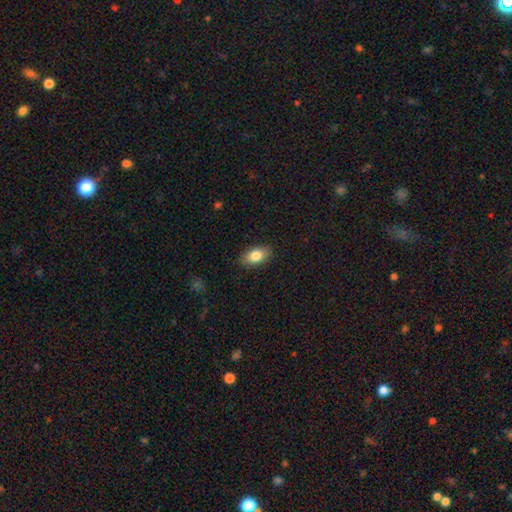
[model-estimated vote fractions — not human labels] A smooth galaxy with no disk features (83%) that is in between round and cigar-shaped (91%).

Vote fractions:
- Smooth or featured? smooth: 83% / featured or disk: 10% / star or artifact: 7%
- How rounded? in between: 91% / round: 6% / cigar-shaped: 3%
- Merging? none: 87% / minor disturbance: 10% / major disturbance: 2% / merger: 1%